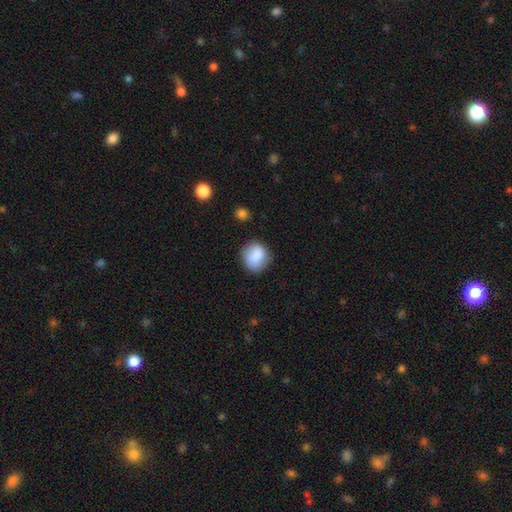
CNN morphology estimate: Smooth or featured: smooth — 86% (star or artifact — 7%)
How rounded: round — 78% (in between — 21%)
Merging: none — 78% (minor disturbance — 16%)